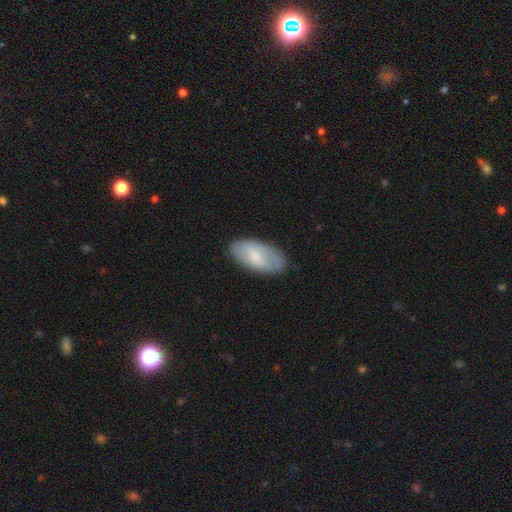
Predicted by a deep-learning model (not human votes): This is likely a smooth galaxy (65%). How rounded: clearly in between (93%). Merging: likely none (78%).